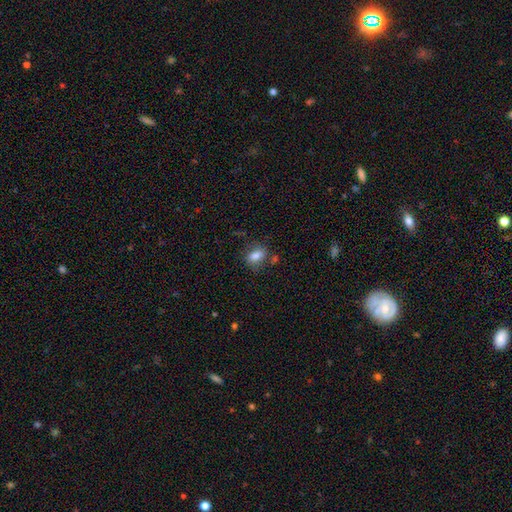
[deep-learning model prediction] smooth-or-featured: smooth: 79% | featured or disk: 12% | star or artifact: 9%
  how-rounded: in between: 79% | round: 18% | cigar-shaped: 4%
  merging: none: 66% | minor disturbance: 20% | major disturbance: 7% | merger: 7%